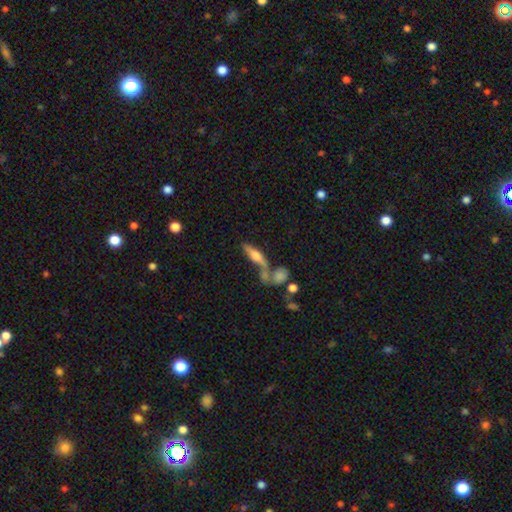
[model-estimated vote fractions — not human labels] Smooth or featured? Predicted: featured or disk (p=0.48). Merging? Predicted: none (p=0.49).